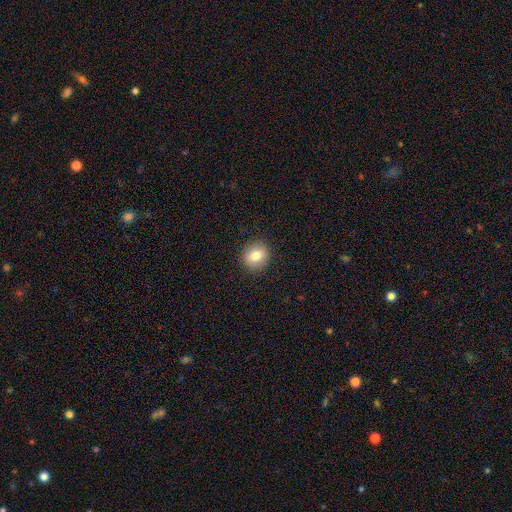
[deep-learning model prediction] Overall: smooth (79%). How rounded: round (81%). Merging: none (90%).